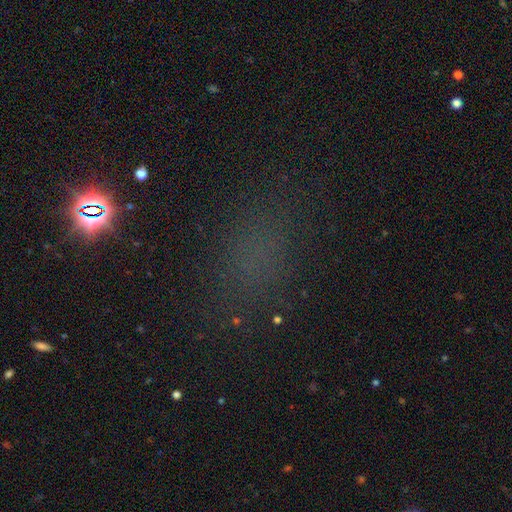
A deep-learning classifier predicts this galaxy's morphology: Q: Smooth or featured?
A: smooth (54%); runner-up: star or artifact (37%)
Q: How rounded?
A: in between (68%); runner-up: round (28%)
Q: Merging?
A: none (78%); runner-up: minor disturbance (12%)